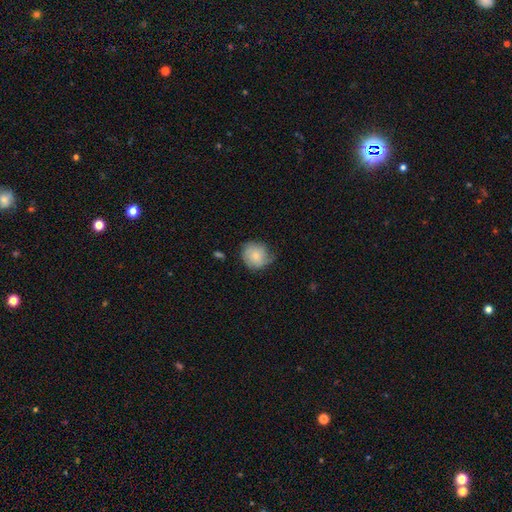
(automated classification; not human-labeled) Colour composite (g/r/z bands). It shows a smooth galaxy with no disk features (68%) that is round (84%). Merging: none (55%).